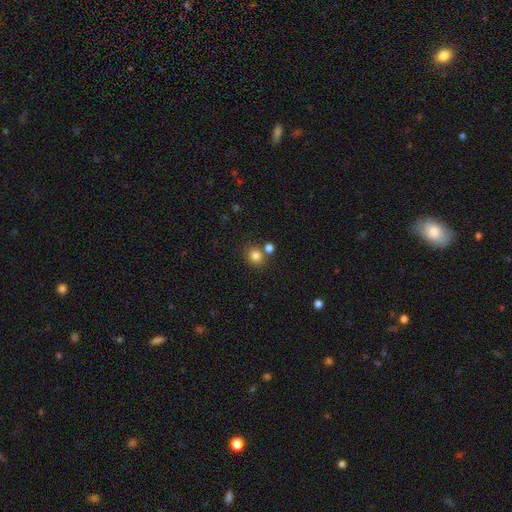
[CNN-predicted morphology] This appears to be a smooth galaxy with no disk features (82%) that is round (79%). Merging: none (69%).